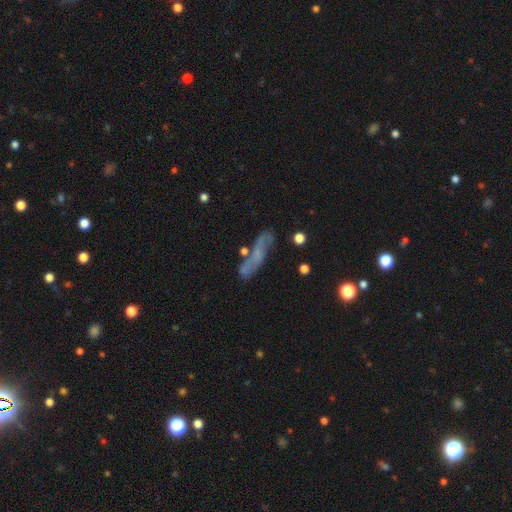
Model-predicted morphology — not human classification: This is possibly a featured or disk galaxy (55%). It is likely not viewed edge-on (66%). Merging: possibly none (60%).